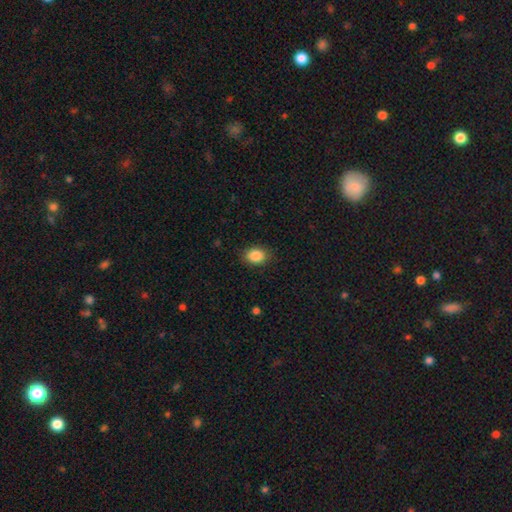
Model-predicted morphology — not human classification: Q: Smooth or featured?
A: smooth (87%); runner-up: star or artifact (8%)
Q: How rounded?
A: in between (67%); runner-up: round (32%)
Q: Merging?
A: none (86%); runner-up: minor disturbance (11%)